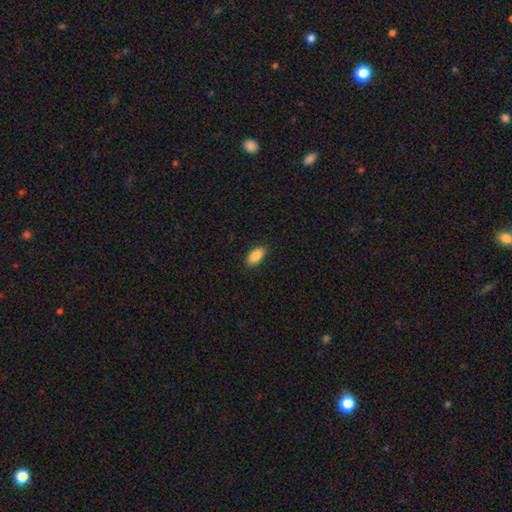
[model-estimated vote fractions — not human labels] Smooth or featured?
  - smooth: 89% *
  - star or artifact: 7%
  - featured or disk: 4%
How rounded?
  - in between: 93% *
  - cigar-shaped: 4%
  - round: 3%
Merging?
  - none: 88% *
  - minor disturbance: 9%
  - major disturbance: 2%
  - merger: 1%